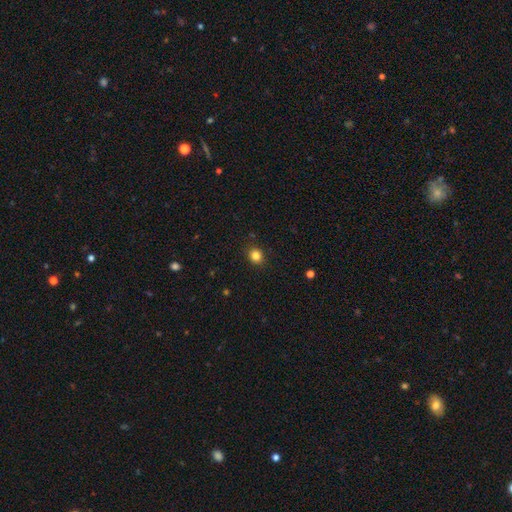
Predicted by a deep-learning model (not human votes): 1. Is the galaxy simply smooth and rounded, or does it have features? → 83% smooth, 12% star or artifact, 5% featured or disk.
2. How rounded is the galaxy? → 76% round, 23% in between, 1% cigar-shaped.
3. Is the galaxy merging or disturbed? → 90% none, 7% minor disturbance, 2% major disturbance, 1% merger.